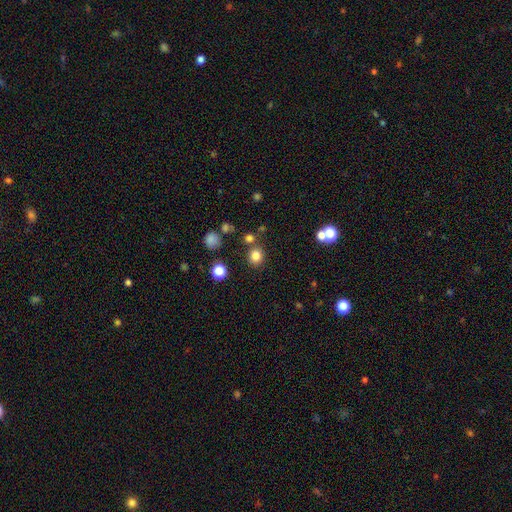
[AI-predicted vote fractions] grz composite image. It shows a smooth galaxy with no disk features (81%) that is round (83%). Merging: none (81%).